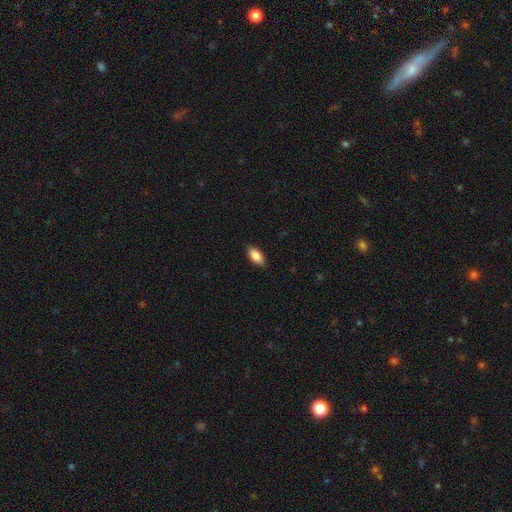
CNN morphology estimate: Overall: smooth (87%). How rounded: in between (91%). Merging: none (88%).